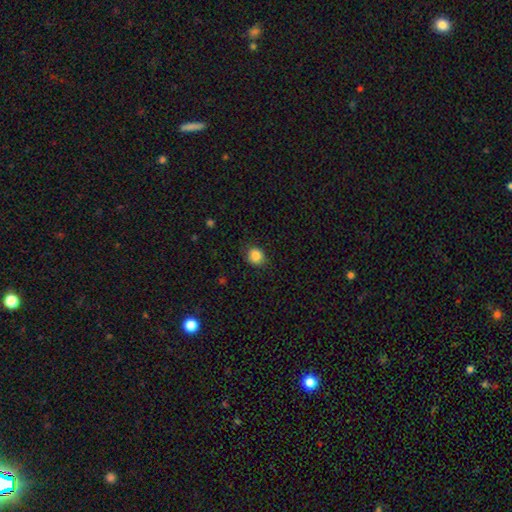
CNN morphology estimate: smooth_or_featured: smooth (p=0.87) [alt: star or artifact p=0.10]
how_rounded: round (p=0.78) [alt: in between p=0.21]
merging: none (p=0.82) [alt: minor disturbance p=0.14]